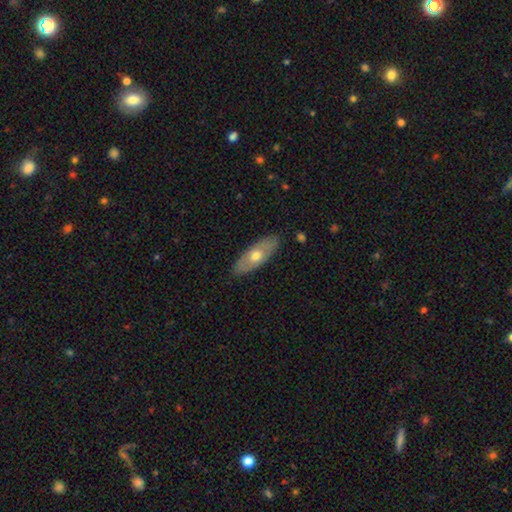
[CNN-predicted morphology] This is possibly a smooth galaxy (51%). How rounded: likely in between (71%). Merging: clearly none (87%).